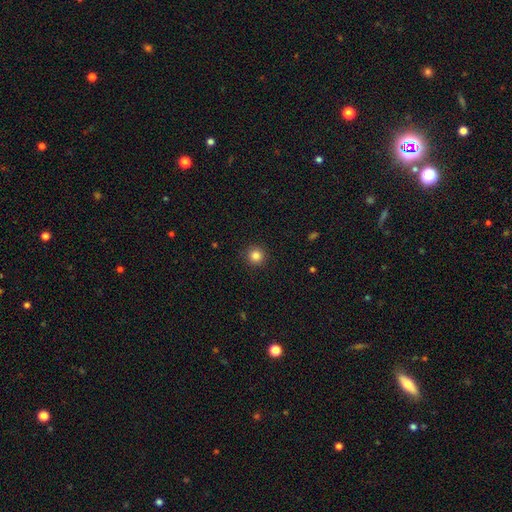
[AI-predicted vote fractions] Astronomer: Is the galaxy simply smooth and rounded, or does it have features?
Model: smooth — 84%.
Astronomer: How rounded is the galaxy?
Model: round — 95%.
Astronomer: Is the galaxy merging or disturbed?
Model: none — 92%.